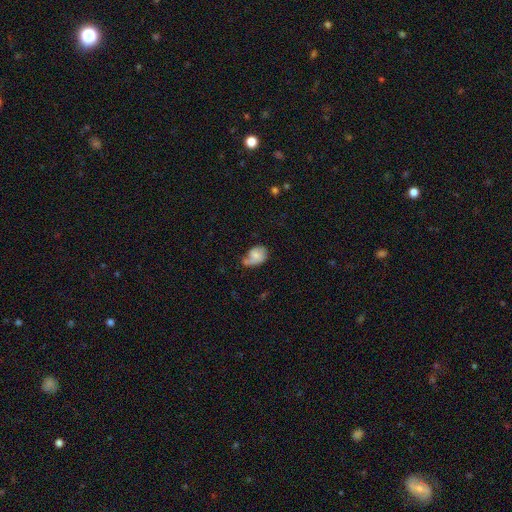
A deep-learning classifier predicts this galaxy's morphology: This appears to be a smooth galaxy with no disk features (58%) that is in between round and cigar-shaped (65%). Merging: none (34%).